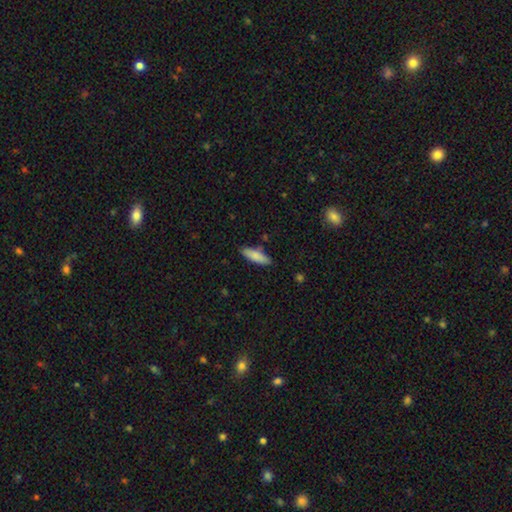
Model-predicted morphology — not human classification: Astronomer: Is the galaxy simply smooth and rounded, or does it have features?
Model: smooth — 82%.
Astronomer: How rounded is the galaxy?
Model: cigar-shaped — 50% (runner-up: in between, 48%).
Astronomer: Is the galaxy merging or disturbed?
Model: none — 82%.